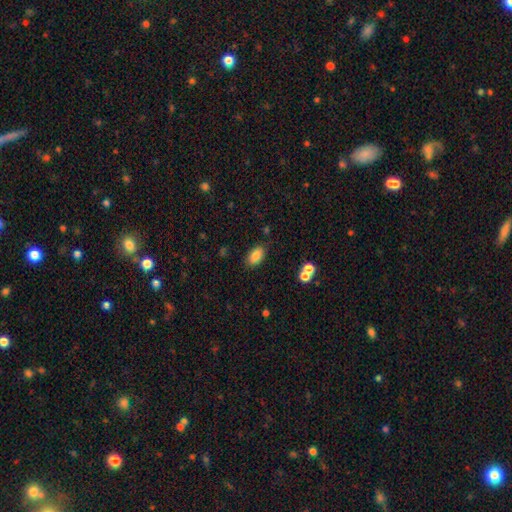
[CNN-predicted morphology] smooth 84%, star or artifact 9%, featured or disk 7%. Down the decision tree: how rounded — in between (91%); merging — none (82%).